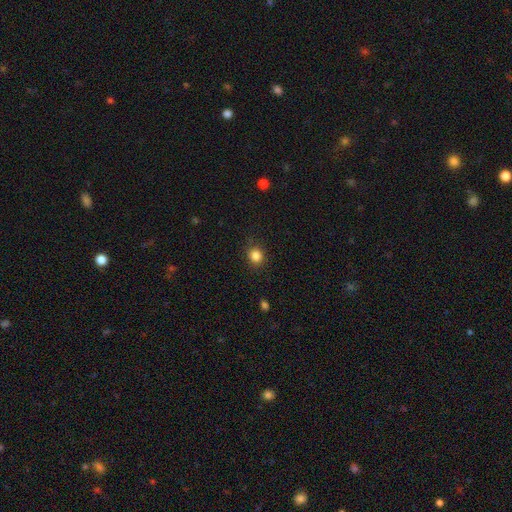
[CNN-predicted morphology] This is clearly a smooth galaxy (84%). How rounded: clearly round (83%). Merging: clearly none (88%).